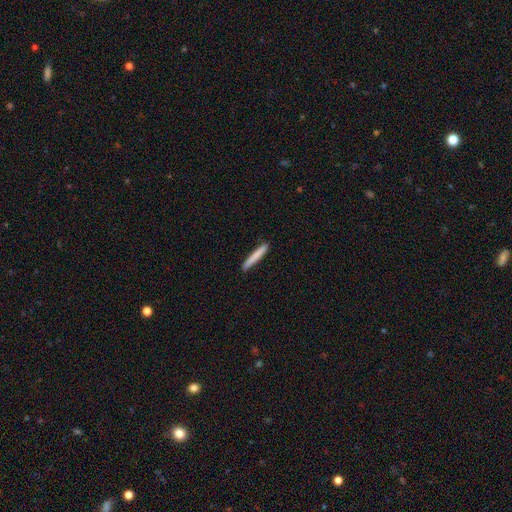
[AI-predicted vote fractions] Smooth or featured? smooth (79%)
How rounded? cigar-shaped (96%)
Merging? none (89%)